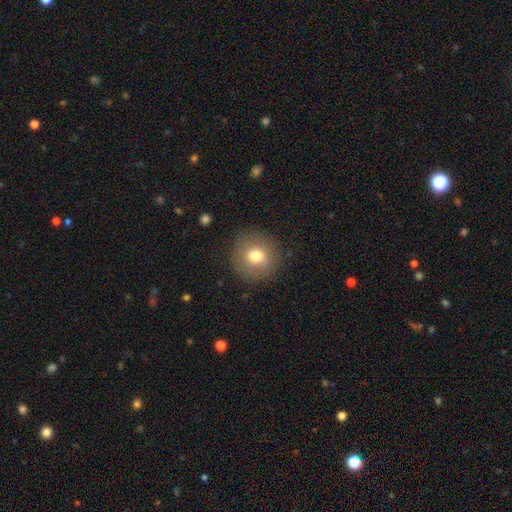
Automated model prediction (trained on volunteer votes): Q: Smooth or featured?
A: smooth (72%); runner-up: featured or disk (17%)
Q: How rounded?
A: round (93%); runner-up: in between (6%)
Q: Merging?
A: none (86%); runner-up: minor disturbance (9%)